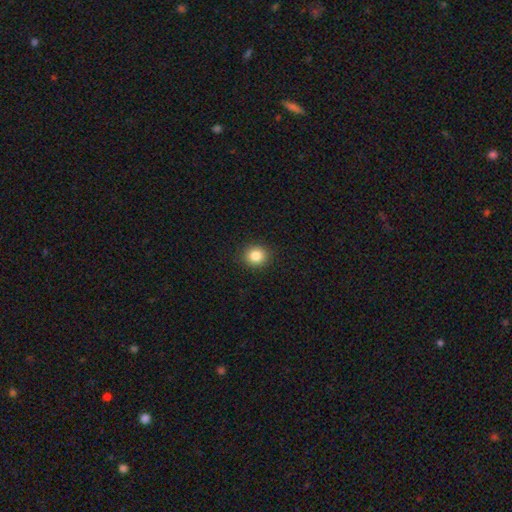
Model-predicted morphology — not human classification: A smooth galaxy with no disk features (85%) that is round (82%). Merging: none (91%).